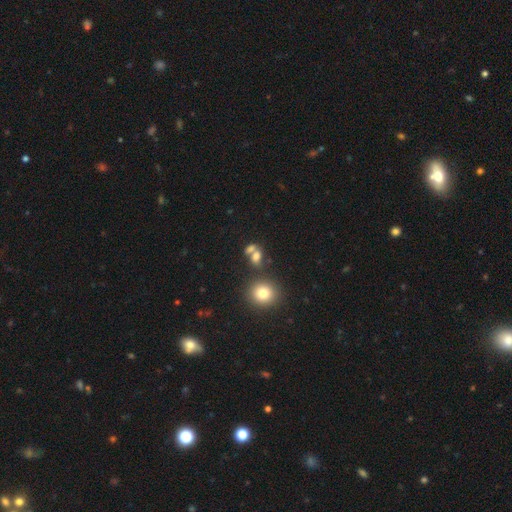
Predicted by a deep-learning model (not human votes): smooth-or-featured: smooth: 71% | star or artifact: 15% | featured or disk: 14%
  how-rounded: in between: 60% | round: 36% | cigar-shaped: 4%
  merging: none: 43% | merger: 39% | minor disturbance: 11% | major disturbance: 7%